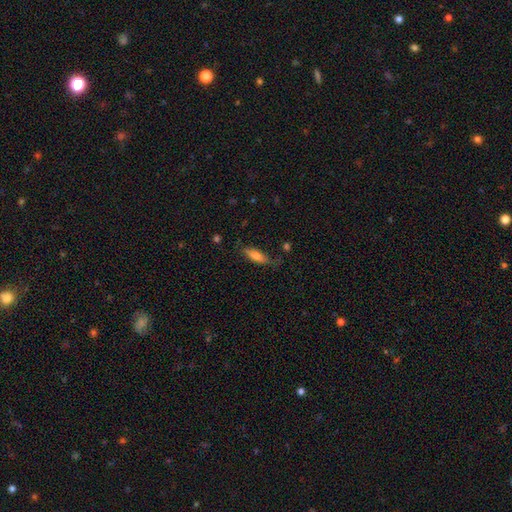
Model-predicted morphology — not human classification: Smooth or featured?
  - smooth: 74% *
  - featured or disk: 19%
  - star or artifact: 7%
How rounded?
  - in between: 53% *
  - cigar-shaped: 45%
  - round: 2%
Merging?
  - none: 70% *
  - minor disturbance: 23%
  - major disturbance: 6%
  - merger: 2%